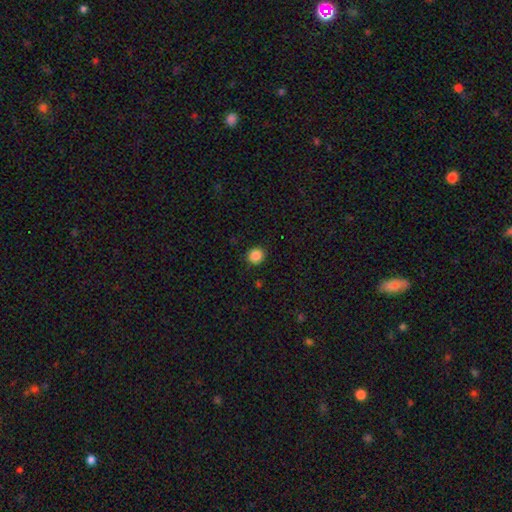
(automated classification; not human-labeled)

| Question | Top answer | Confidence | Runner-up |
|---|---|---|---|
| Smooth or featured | smooth | 86% | star or artifact (10%) |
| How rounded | round | 85% | in between (14%) |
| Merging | none | 90% | minor disturbance (7%) |